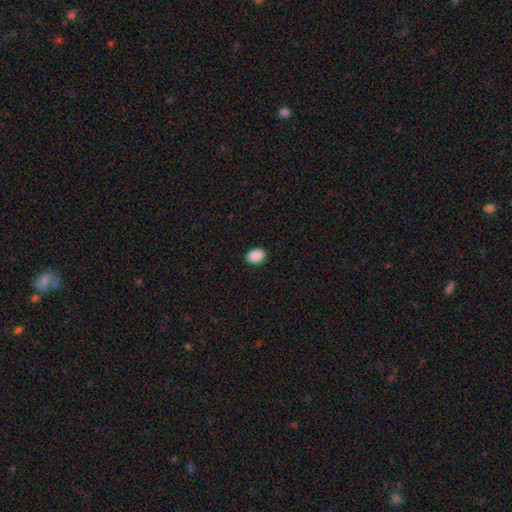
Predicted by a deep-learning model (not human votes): Smooth or featured? smooth (90%)
How rounded? in between (78%)
Merging? none (90%)